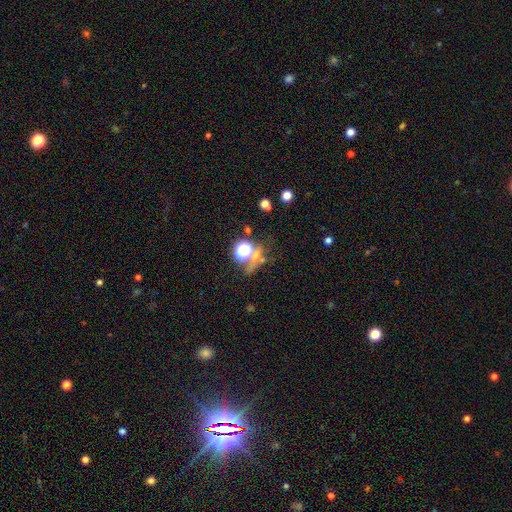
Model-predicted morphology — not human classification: star or artifact 45%, smooth 41%, featured or disk 14%.